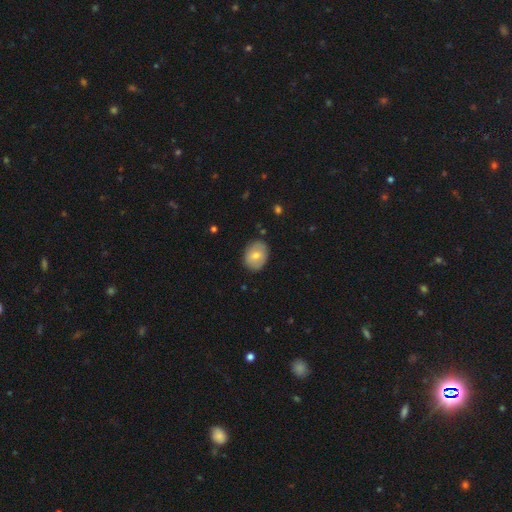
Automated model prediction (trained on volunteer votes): Smooth or featured: smooth — 70% (featured or disk — 23%)
How rounded: in between — 61% (round — 38%)
Merging: none — 84% (minor disturbance — 12%)